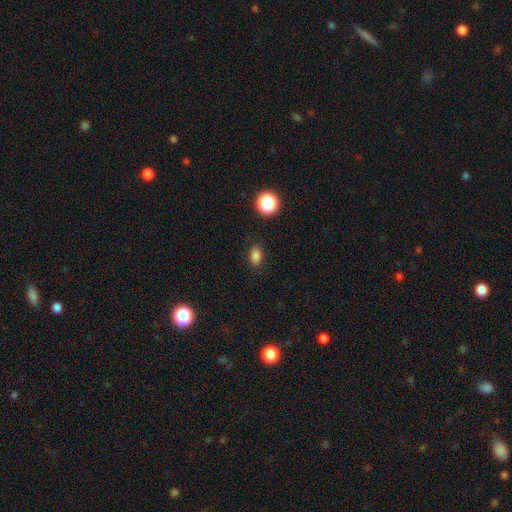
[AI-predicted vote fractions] This is clearly a smooth galaxy (81%). How rounded: clearly in between (81%). Merging: clearly none (85%).